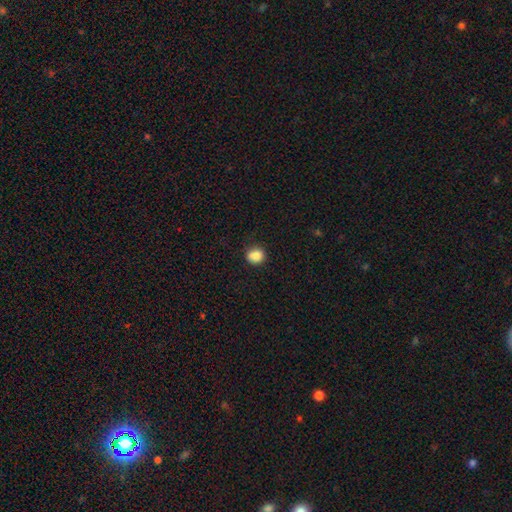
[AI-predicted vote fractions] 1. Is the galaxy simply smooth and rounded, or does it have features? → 86% smooth, 10% star or artifact, 4% featured or disk.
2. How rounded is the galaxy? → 79% round, 20% in between, 1% cigar-shaped.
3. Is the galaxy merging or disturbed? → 79% none, 15% minor disturbance, 3% major disturbance, 2% merger.